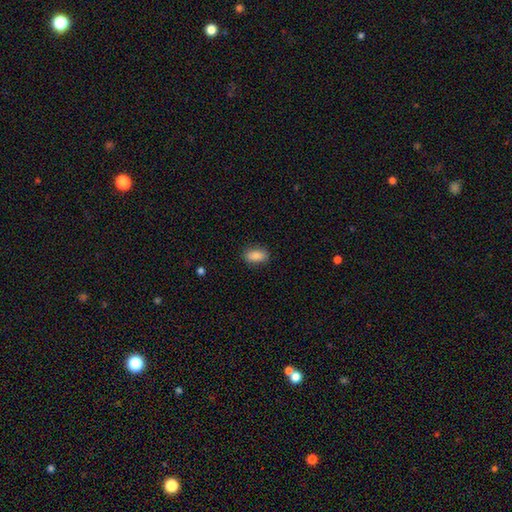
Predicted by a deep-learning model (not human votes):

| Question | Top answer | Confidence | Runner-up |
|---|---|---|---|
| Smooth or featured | smooth | 88% | star or artifact (7%) |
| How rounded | in between | 90% | round (6%) |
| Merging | none | 86% | minor disturbance (11%) |